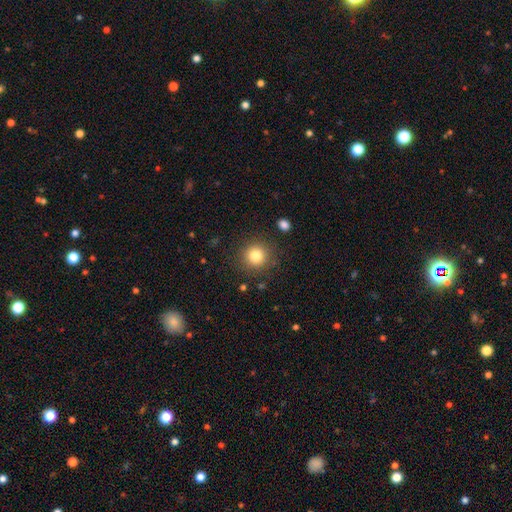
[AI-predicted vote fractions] Smooth or featured? smooth (81%)
How rounded? round (93%)
Merging? none (87%)